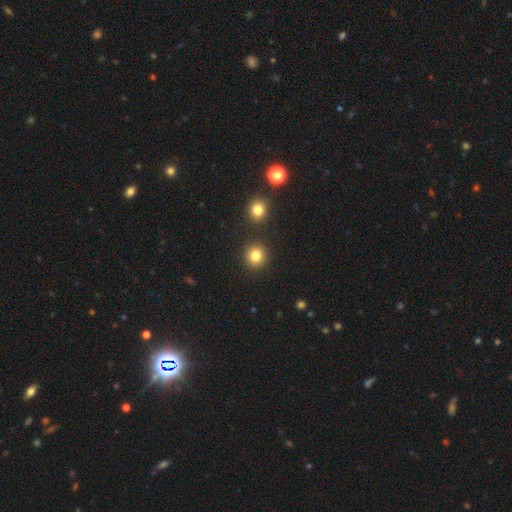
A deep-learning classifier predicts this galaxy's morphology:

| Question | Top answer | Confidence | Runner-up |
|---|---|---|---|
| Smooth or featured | smooth | 82% | star or artifact (13%) |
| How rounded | round | 92% | in between (7%) |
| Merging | none | 88% | minor disturbance (5%) |